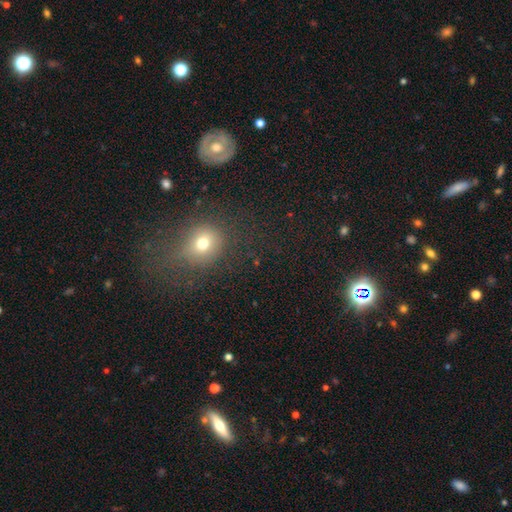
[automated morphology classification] A smooth galaxy with no disk features (51%) that is round (55%). Merging: none (69%).